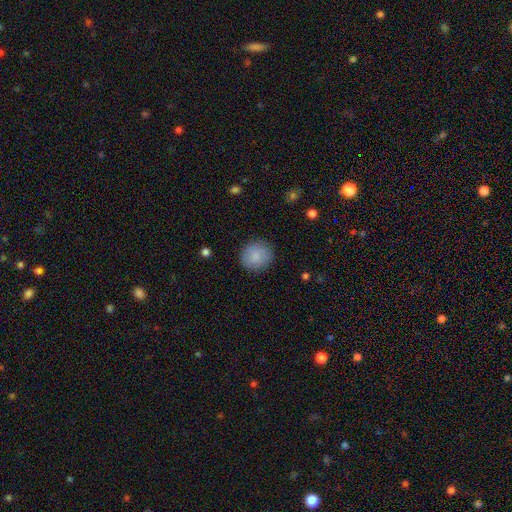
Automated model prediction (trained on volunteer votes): smooth-or-featured: smooth: 87% | star or artifact: 7% | featured or disk: 6%
  how-rounded: round: 85% | in between: 14% | cigar-shaped: 1%
  merging: none: 87% | minor disturbance: 9% | major disturbance: 3% | merger: 1%